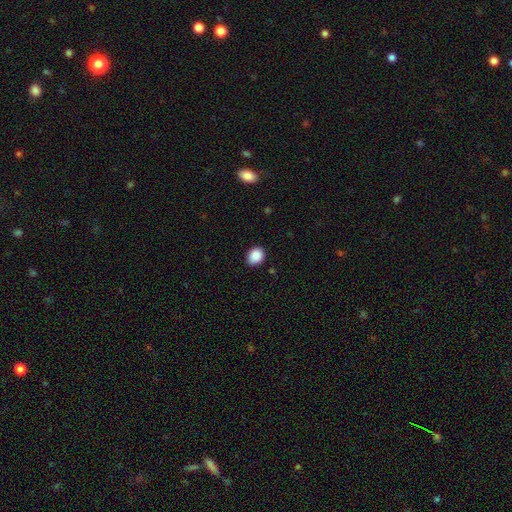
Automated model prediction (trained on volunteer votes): A smooth galaxy with no disk features (89%) that is round (57%).

Vote fractions:
- Smooth or featured? smooth: 89% / star or artifact: 8% / featured or disk: 3%
- How rounded? round: 57% / in between: 42% / cigar-shaped: 1%
- Merging? none: 86% / minor disturbance: 11% / major disturbance: 2% / merger: 1%